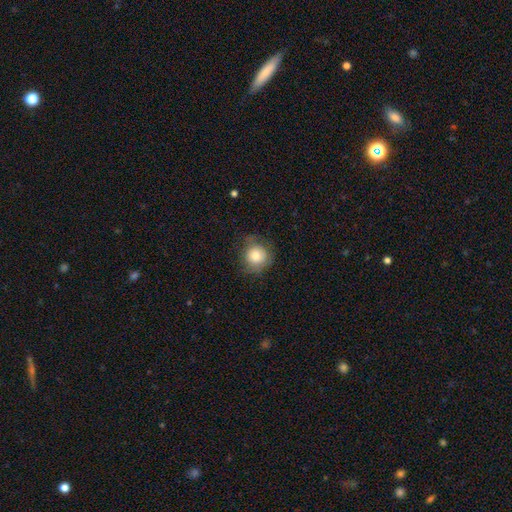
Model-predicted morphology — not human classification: Smooth or featured? smooth (75%)
How rounded? round (88%)
Merging? none (64%)